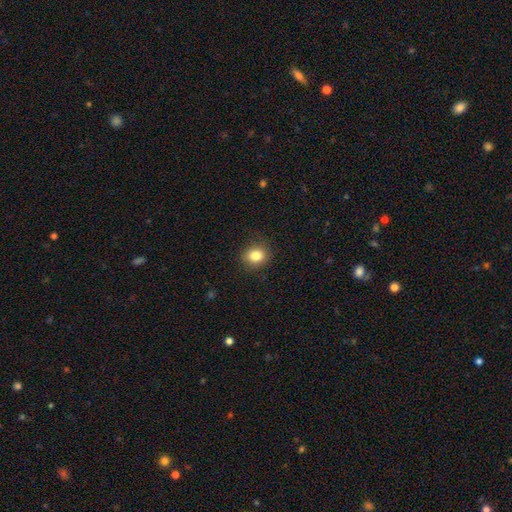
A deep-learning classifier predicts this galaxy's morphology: Smooth or featured: smooth — 83% (star or artifact — 10%)
How rounded: round — 59% (in between — 40%)
Merging: none — 87% (minor disturbance — 10%)